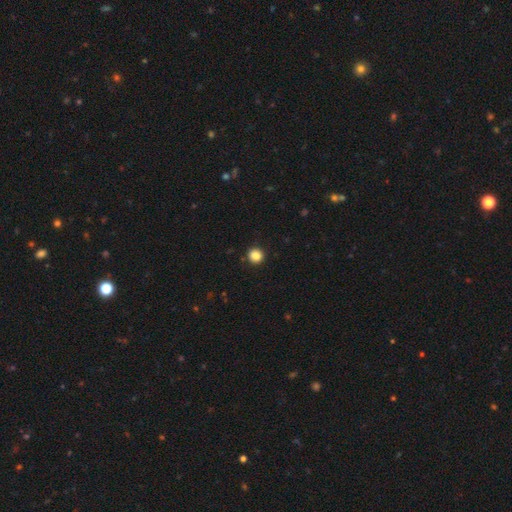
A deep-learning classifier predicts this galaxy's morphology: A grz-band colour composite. It shows a smooth galaxy with no disk features (86%) that is round (93%). Merging: none (90%).